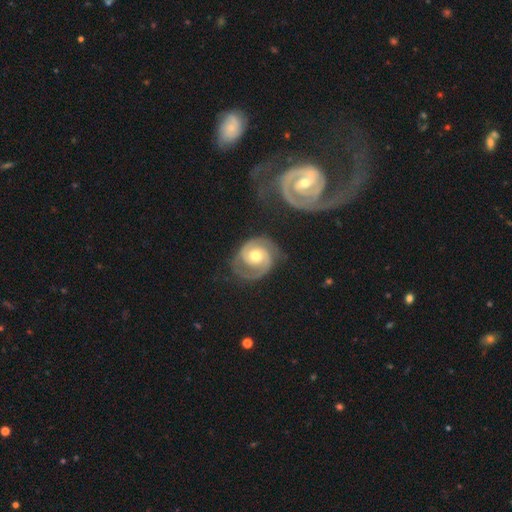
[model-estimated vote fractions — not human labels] This is clearly a featured or disk galaxy (88%). It is clearly not viewed edge-on (98%). Bar: likely no (68%). Spiral arm pattern: clearly yes (97%). Spiral arm count: clearly 2 (88%). Spiral winding: possibly tight (57%). Central bulge: likely moderate (75%). Merging: likely none (71%).